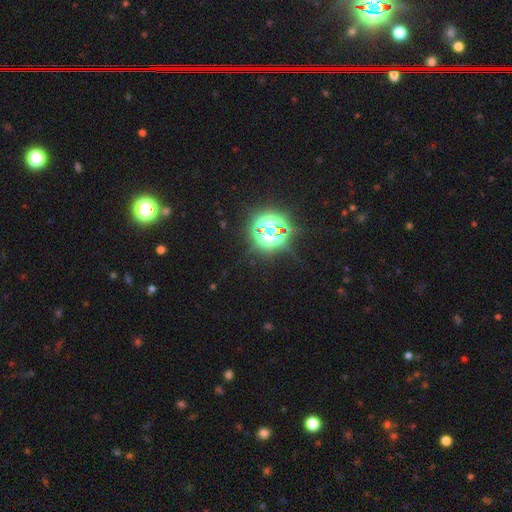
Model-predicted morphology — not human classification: Smooth or featured? Predicted: star or artifact (p=0.81).